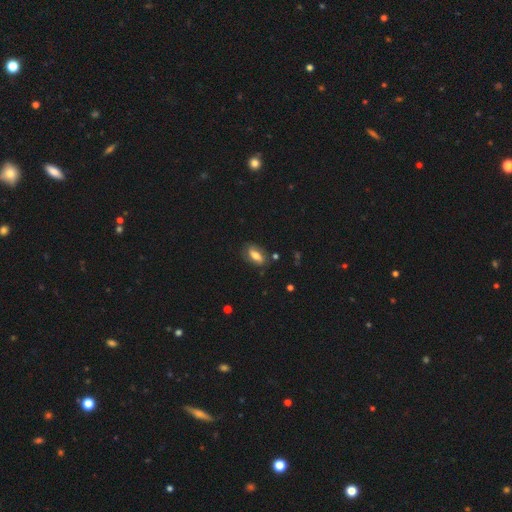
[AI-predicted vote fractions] smooth-or-featured: smooth: 65% | featured or disk: 27% | star or artifact: 8%
  how-rounded: in between: 83% | cigar-shaped: 12% | round: 5%
  merging: none: 75% | minor disturbance: 18% | major disturbance: 5% | merger: 2%